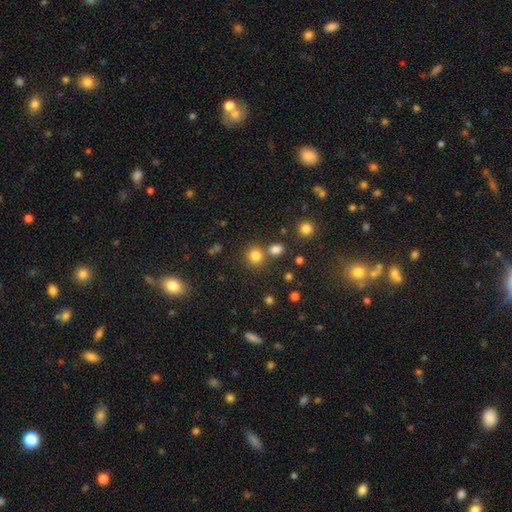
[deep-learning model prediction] Smooth or featured: smooth — 80% (star or artifact — 14%)
How rounded: round — 85% (in between — 14%)
Merging: none — 70% (merger — 19%)